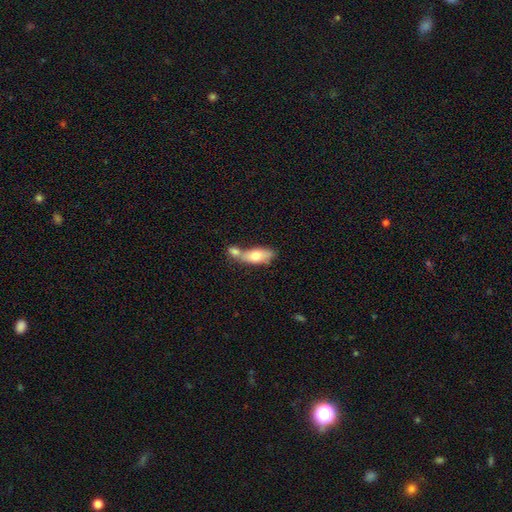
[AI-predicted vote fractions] The model was most divided on "merging": merger: 54%, none: 30%, minor disturbance: 11%, major disturbance: 5%. More confident: how rounded — in between (78%); smooth or featured — smooth (70%).